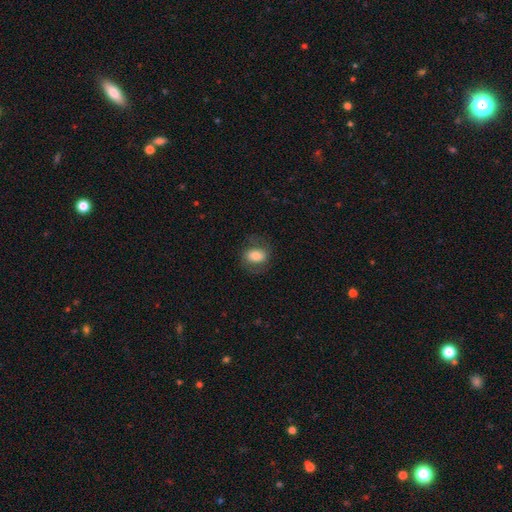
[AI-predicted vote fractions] Smooth or featured: smooth — 69% (featured or disk — 23%)
How rounded: in between — 69% (round — 29%)
Merging: none — 72% (minor disturbance — 16%)